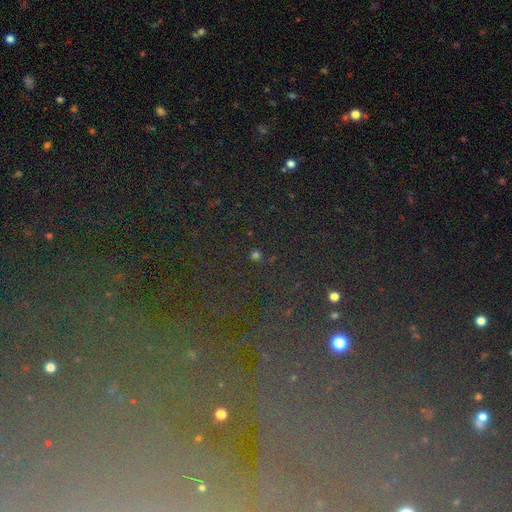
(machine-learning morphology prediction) A star or artifact, not a galaxy (62%).